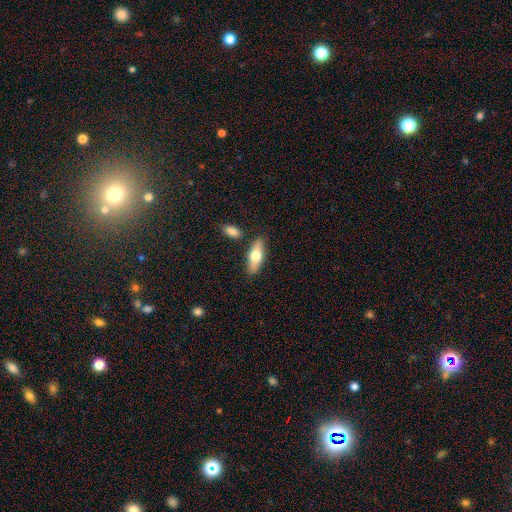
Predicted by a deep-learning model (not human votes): A smooth galaxy with no disk features (64%) that is in between round and cigar-shaped (66%). Merging: none (81%).